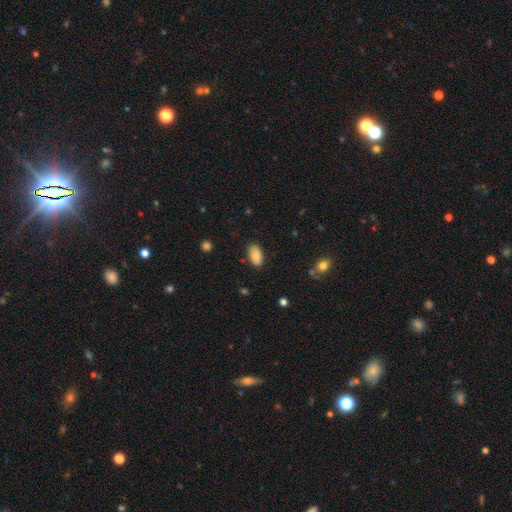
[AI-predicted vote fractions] This is clearly a smooth galaxy (85%). How rounded: clearly in between (94%). Merging: clearly none (85%).